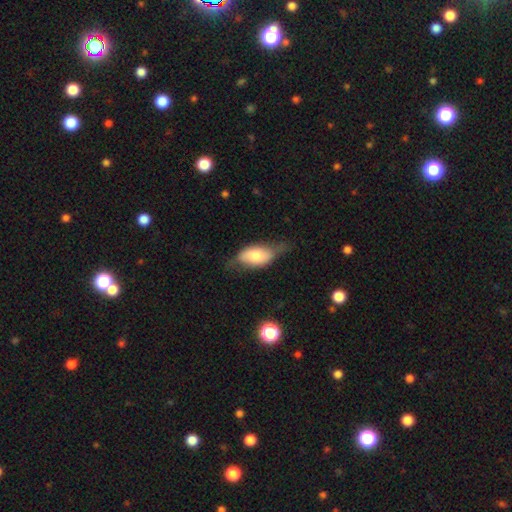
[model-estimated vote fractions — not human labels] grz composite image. It shows a smooth galaxy with no disk features (62%) that is in between round and cigar-shaped (88%). Merging: none (47%).